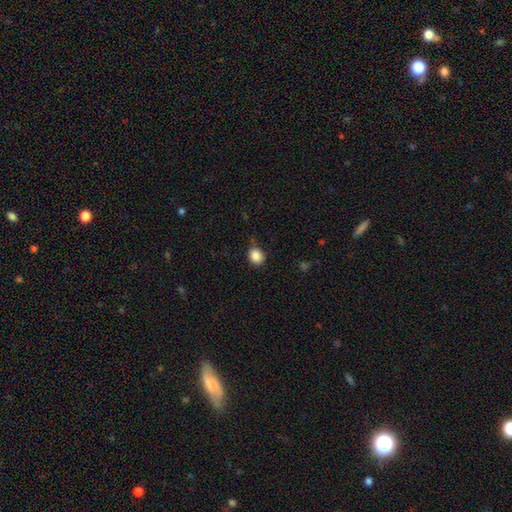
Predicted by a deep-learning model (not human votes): A smooth galaxy with no disk features (86%) that is round (74%). Merging: none (73%).